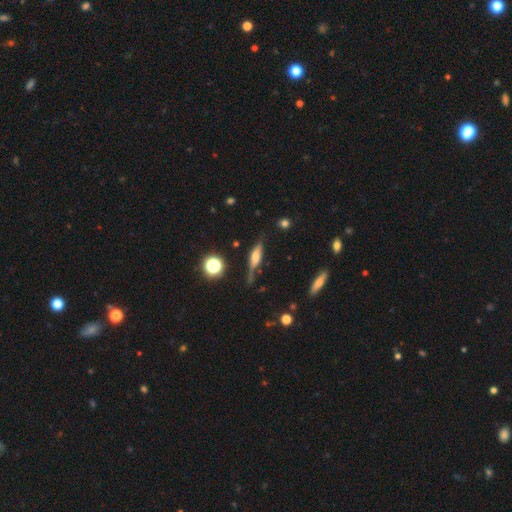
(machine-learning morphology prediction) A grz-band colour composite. It shows a featured or disk galaxy (56%) viewed edge-on (91%) with a rounded central bulge (70%). Merging: none (66%).